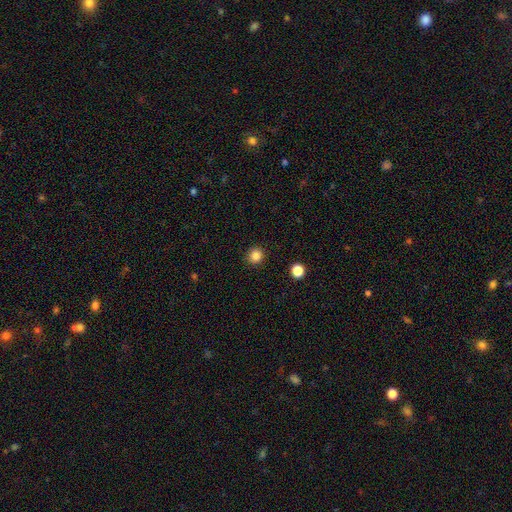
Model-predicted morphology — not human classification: smooth 85%, star or artifact 12%, featured or disk 4%. Down the decision tree: how rounded — round (93%); merging — none (91%).